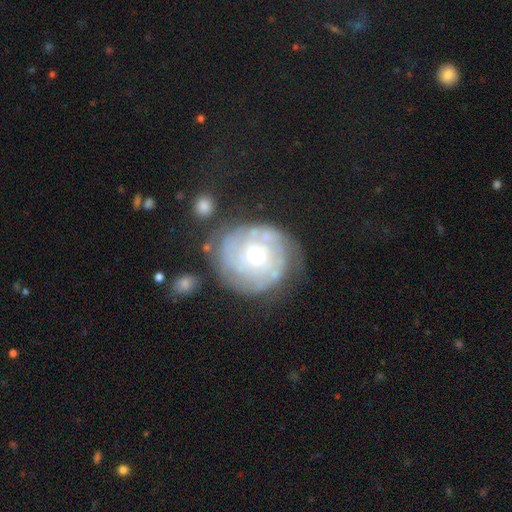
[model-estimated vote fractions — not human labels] The model was most divided on "bulge size": small: 56%, moderate: 36%, large: 5%, none: 2%, dominant: 1%. More confident: edge-on disk — no (98%); spiral arms — yes (82%); bar — no (79%); smooth or featured — featured or disk (74%); spiral winding — tight (72%); merging — none (65%); spiral arm count — can't tell (50%).